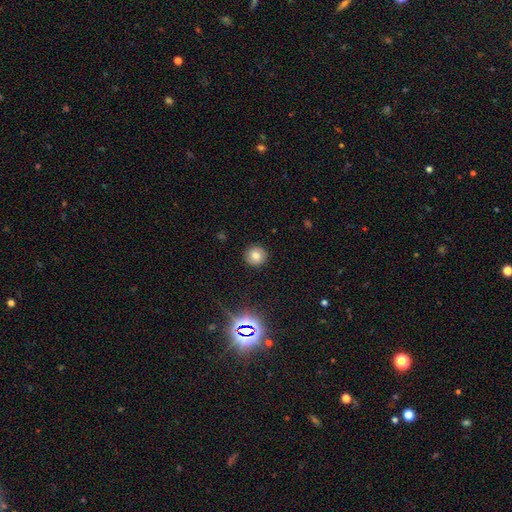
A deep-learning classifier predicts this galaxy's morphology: A smooth galaxy with no disk features (76%) that is round (92%). Merging: none (91%).